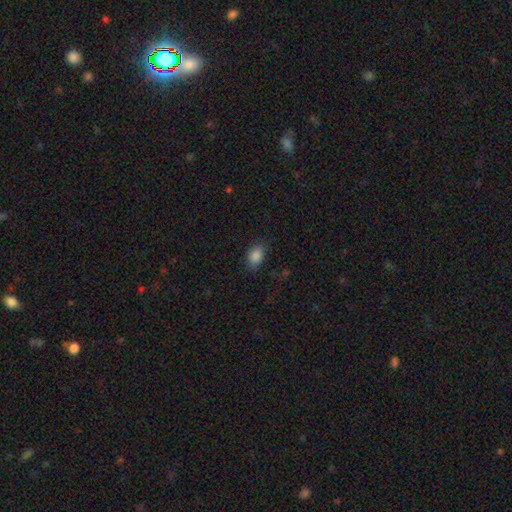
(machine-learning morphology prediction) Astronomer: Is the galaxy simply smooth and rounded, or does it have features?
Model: smooth — 86%.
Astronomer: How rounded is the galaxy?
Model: in between — 81%.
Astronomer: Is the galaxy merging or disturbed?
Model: none — 78%.